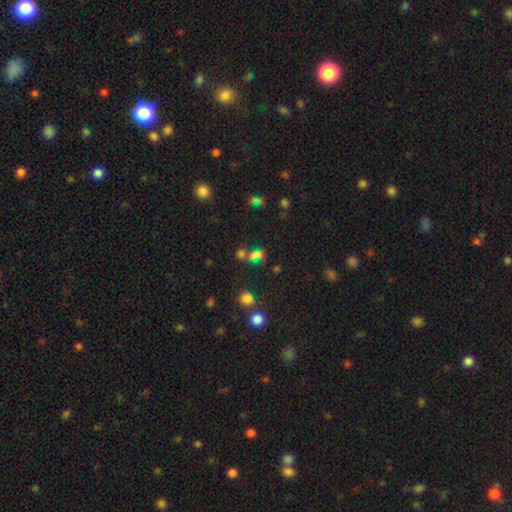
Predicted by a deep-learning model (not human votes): A smooth galaxy with no disk features (51%) that is in between round and cigar-shaped (51%).

Vote fractions:
- Smooth or featured? smooth: 51% / star or artifact: 38% / featured or disk: 11%
- How rounded? in between: 51% / round: 42% / cigar-shaped: 7%
- Merging? none: 49% / merger: 33% / minor disturbance: 11% / major disturbance: 7%